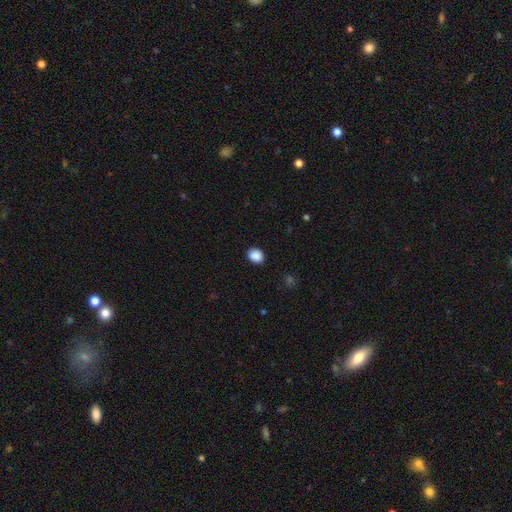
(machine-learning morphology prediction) A smooth galaxy with no disk features (89%) that is round (52%). Merging: none (89%).